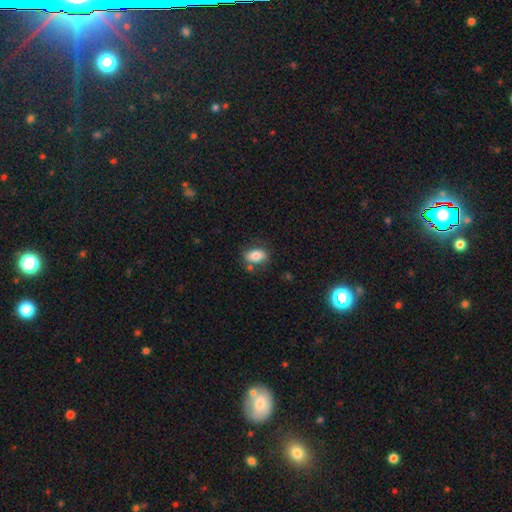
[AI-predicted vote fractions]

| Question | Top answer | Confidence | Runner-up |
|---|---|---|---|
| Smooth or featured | smooth | 79% | featured or disk (13%) |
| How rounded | in between | 85% | round (12%) |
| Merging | none | 72% | minor disturbance (16%) |